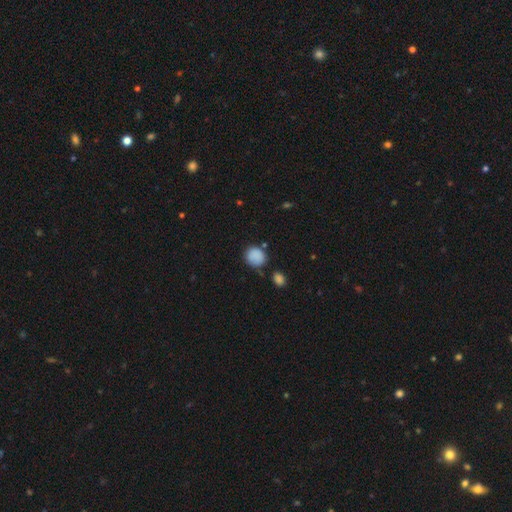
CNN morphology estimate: Overall: smooth (86%). How rounded: round (75%). Merging: none (66%).